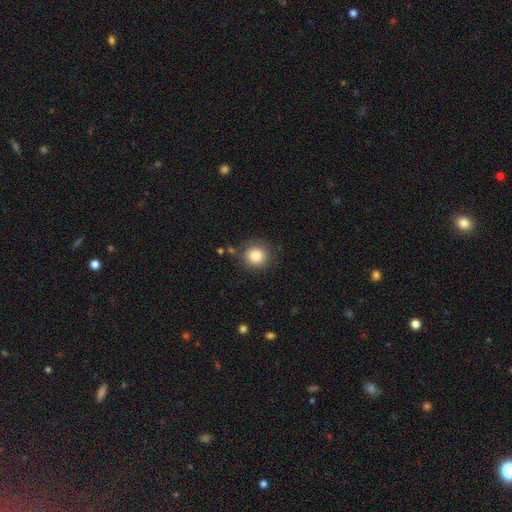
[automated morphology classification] Smooth or featured?
  - smooth: 83% *
  - star or artifact: 10%
  - featured or disk: 7%
How rounded?
  - round: 92% *
  - in between: 7%
  - cigar-shaped: 1%
Merging?
  - none: 84% *
  - minor disturbance: 10%
  - major disturbance: 3%
  - merger: 3%